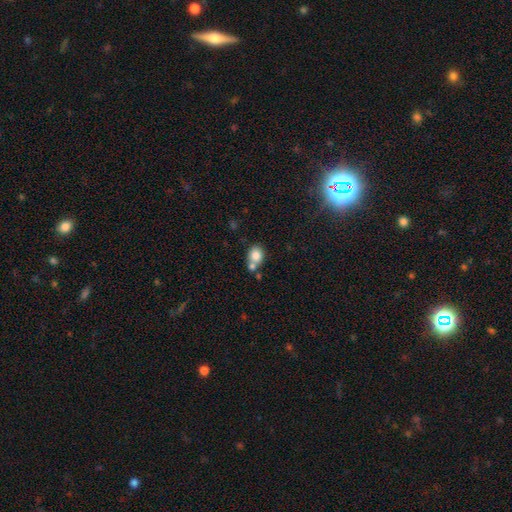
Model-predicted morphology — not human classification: This is clearly a smooth galaxy (80%). How rounded: likely round (62%). Merging: possibly none (47%).